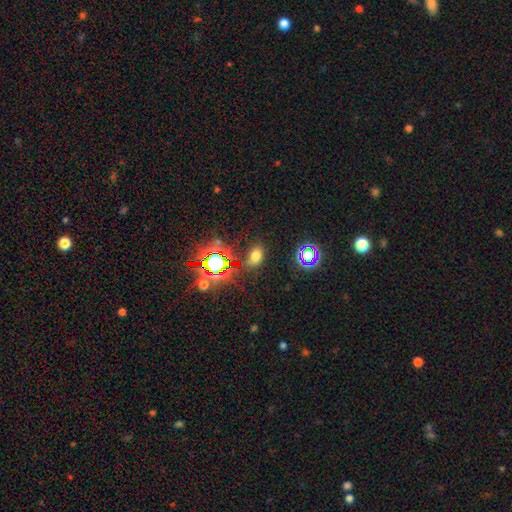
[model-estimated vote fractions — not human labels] Morphology: type=smooth (62%); roundness=in between (78%); merging=none (80%).